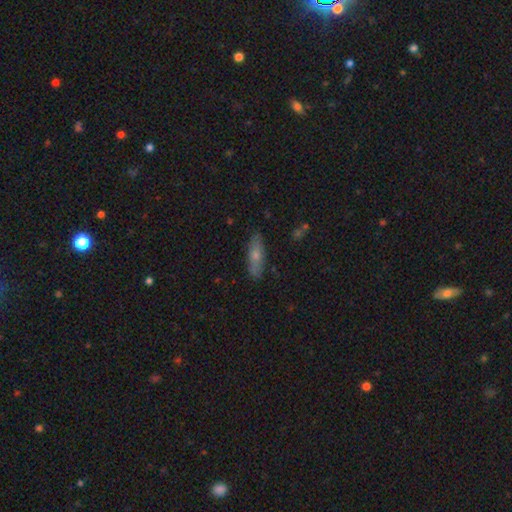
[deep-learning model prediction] A smooth galaxy with no disk features (62%) that is cigar-shaped (53%). Merging: none (85%).